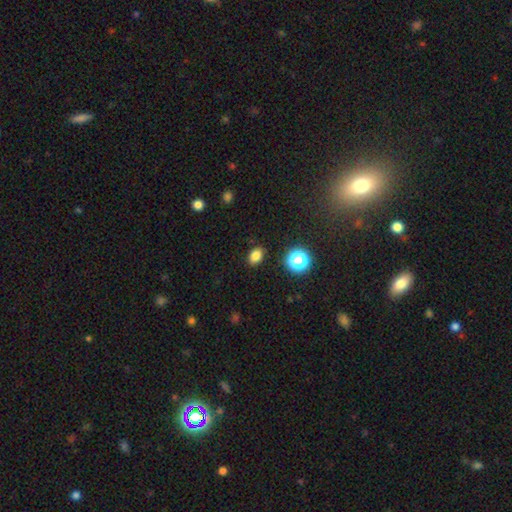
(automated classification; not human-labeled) This appears to be a smooth galaxy with no disk features (81%) that is in between round and cigar-shaped (73%). Merging: none (88%).